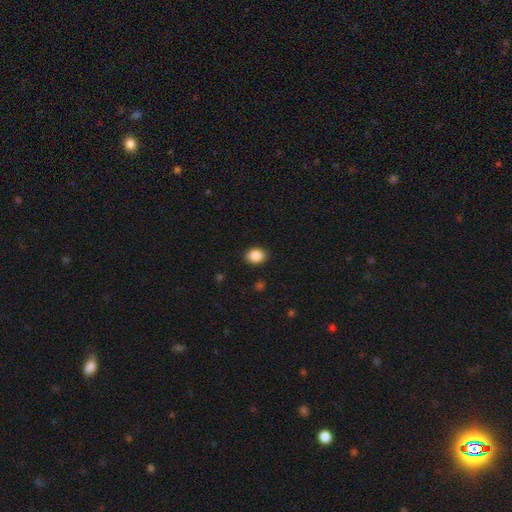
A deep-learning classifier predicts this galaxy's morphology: The model was most divided on "how rounded": in between: 62%, round: 37%, cigar-shaped: 1%. More confident: merging — none (90%); smooth or featured — smooth (88%).